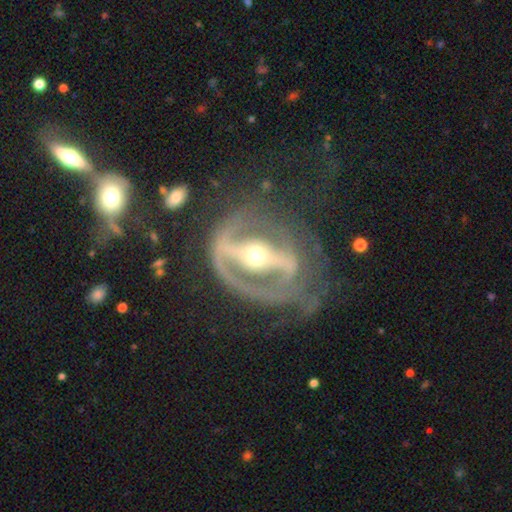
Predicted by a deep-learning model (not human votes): Smooth or featured? featured or disk (86%)
Edge-on disk? no (91%)
Bar? strong (72%)
Spiral arms? yes (73%)
Spiral winding? tight (40%, tied with medium)
Spiral arm count? 2 (55%)
Bulge size? small (48%)
Merging? none (42%)